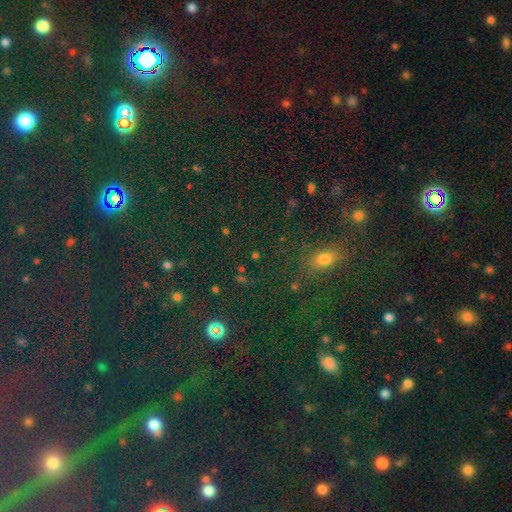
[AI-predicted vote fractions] This appears to be a star or artifact, not a galaxy (47%).